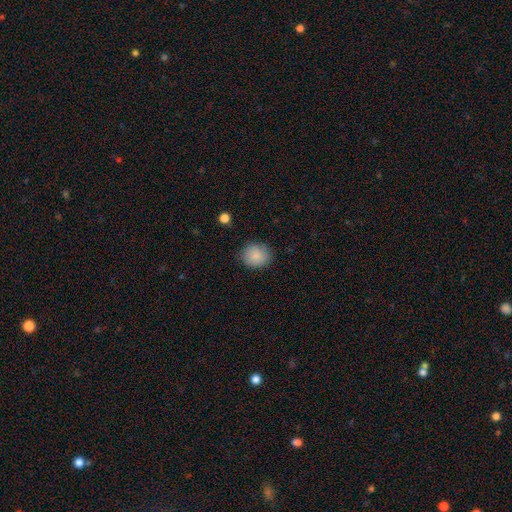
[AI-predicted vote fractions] A smooth galaxy with no disk features (86%) that is round (75%).

Vote fractions:
- Smooth or featured? smooth: 86% / star or artifact: 8% / featured or disk: 6%
- How rounded? round: 75% / in between: 24% / cigar-shaped: 1%
- Merging? none: 85% / minor disturbance: 11% / major disturbance: 3% / merger: 1%